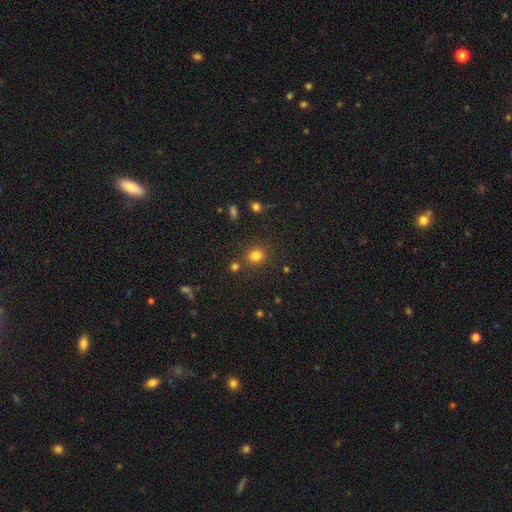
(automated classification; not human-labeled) A smooth galaxy with no disk features (80%) that is round (83%).

Vote fractions:
- Smooth or featured? smooth: 80% / star or artifact: 15% / featured or disk: 5%
- How rounded? round: 83% / in between: 16% / cigar-shaped: 1%
- Merging? none: 79% / merger: 9% / minor disturbance: 9% / major disturbance: 3%